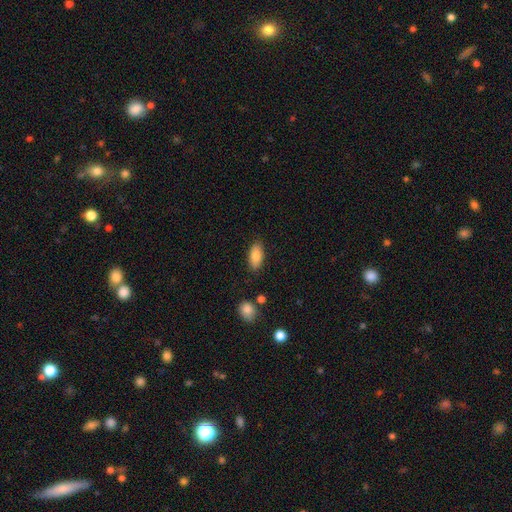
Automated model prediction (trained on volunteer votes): Morphology: type=smooth (84%); roundness=in between (89%); merging=none (84%).